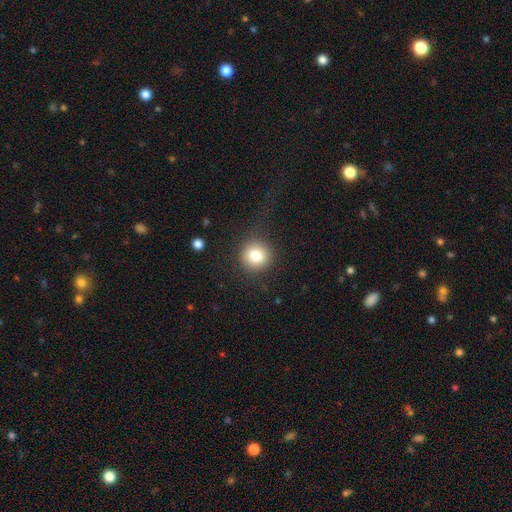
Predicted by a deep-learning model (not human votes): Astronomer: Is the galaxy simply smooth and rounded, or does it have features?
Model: smooth — 81%.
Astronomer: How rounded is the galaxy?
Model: round — 94%.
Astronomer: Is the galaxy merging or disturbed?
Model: none — 84%.